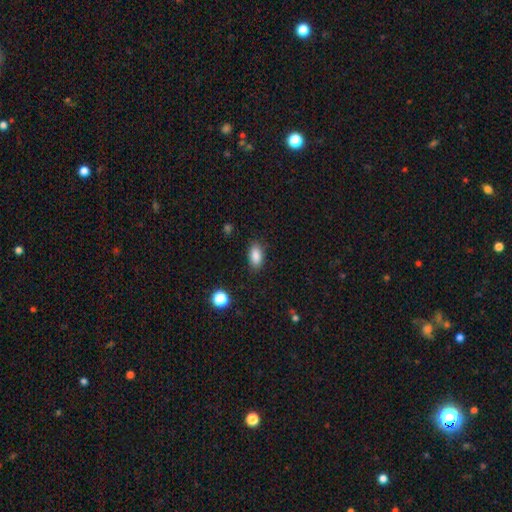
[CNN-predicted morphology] Smooth or featured?
  - smooth: 87% *
  - star or artifact: 9%
  - featured or disk: 4%
How rounded?
  - in between: 89% *
  - round: 7%
  - cigar-shaped: 4%
Merging?
  - none: 85% *
  - minor disturbance: 11%
  - major disturbance: 3%
  - merger: 1%